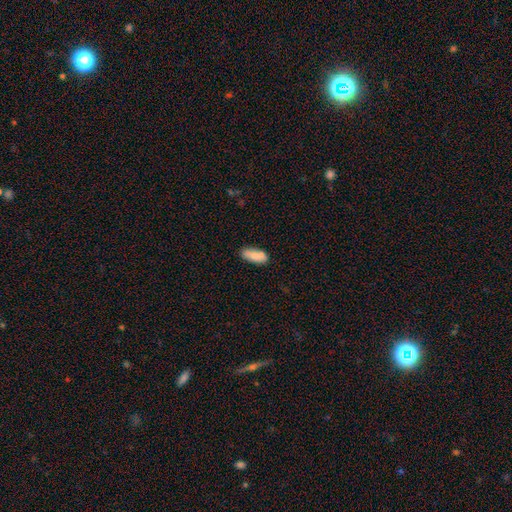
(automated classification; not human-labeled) Q: Smooth or featured?
A: smooth (82%); runner-up: featured or disk (11%)
Q: How rounded?
A: in between (74%); runner-up: cigar-shaped (24%)
Q: Merging?
A: none (73%); runner-up: minor disturbance (16%)